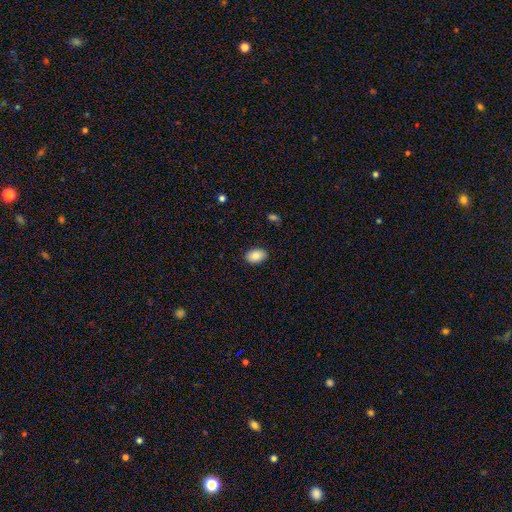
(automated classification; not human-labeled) Morphology: type=smooth (87%); roundness=in between (88%); merging=none (88%).